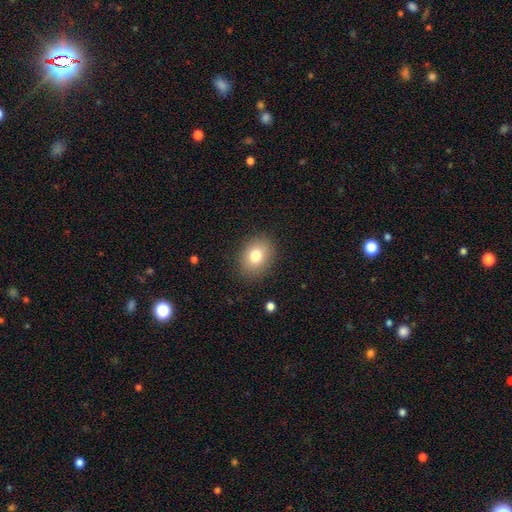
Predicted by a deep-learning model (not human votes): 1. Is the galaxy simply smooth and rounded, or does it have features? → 80% smooth, 11% featured or disk, 10% star or artifact.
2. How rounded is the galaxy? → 58% in between, 41% round, 1% cigar-shaped.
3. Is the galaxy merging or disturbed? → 87% none, 9% minor disturbance, 3% major disturbance, 1% merger.